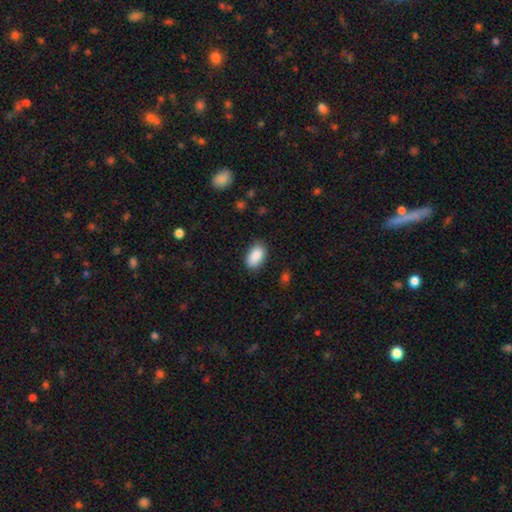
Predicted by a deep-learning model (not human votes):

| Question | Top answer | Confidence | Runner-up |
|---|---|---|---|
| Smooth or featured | smooth | 89% | star or artifact (7%) |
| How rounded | in between | 93% | round (5%) |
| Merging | none | 82% | minor disturbance (14%) |